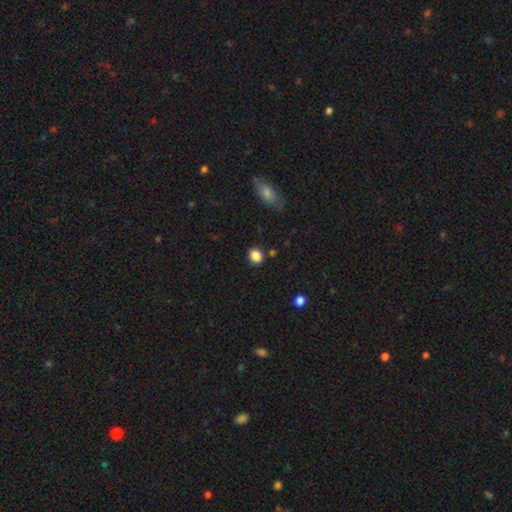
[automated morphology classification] Overall: smooth (86%). How rounded: round (72%). Merging: none (84%).